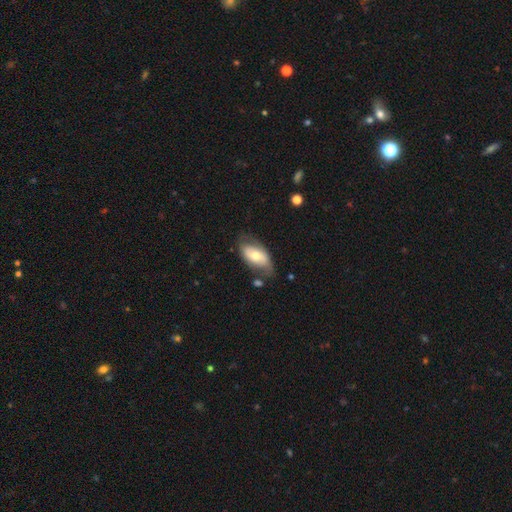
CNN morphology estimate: A smooth galaxy with no disk features (54%) that is in between round and cigar-shaped (92%). Merging: none (56%).